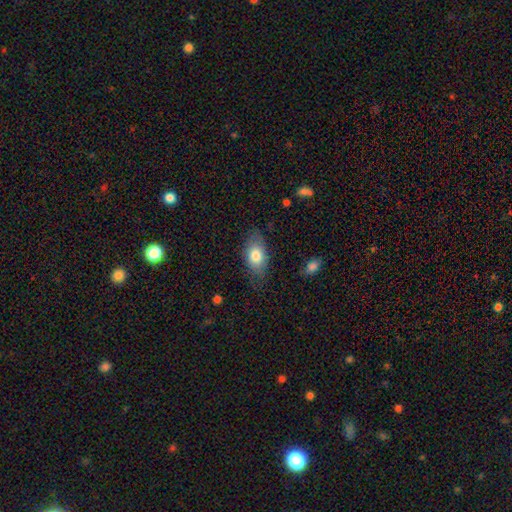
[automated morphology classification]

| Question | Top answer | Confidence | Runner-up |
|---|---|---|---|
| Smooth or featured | smooth | 78% | featured or disk (15%) |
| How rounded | in between | 88% | round (9%) |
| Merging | none | 74% | minor disturbance (20%) |